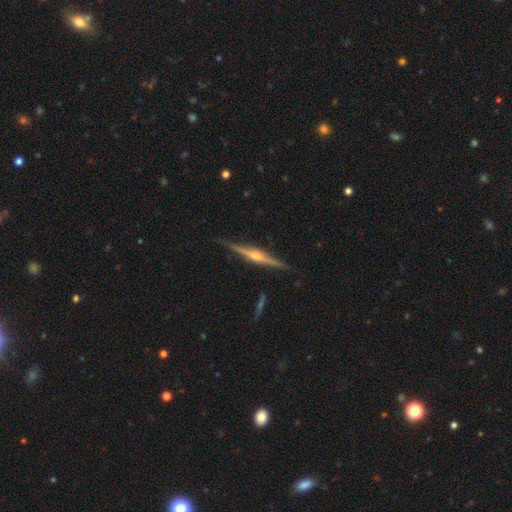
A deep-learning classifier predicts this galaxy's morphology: Smooth or featured?
  - featured or disk: 86% *
  - smooth: 9%
  - star or artifact: 5%
Edge-on disk?
  - yes: 98% *
  - no: 2%
Edge-on bulge?
  - rounded: 91% *
  - boxy: 5%
  - none: 4%
Merging?
  - none: 89% *
  - minor disturbance: 8%
  - major disturbance: 2%
  - merger: 1%